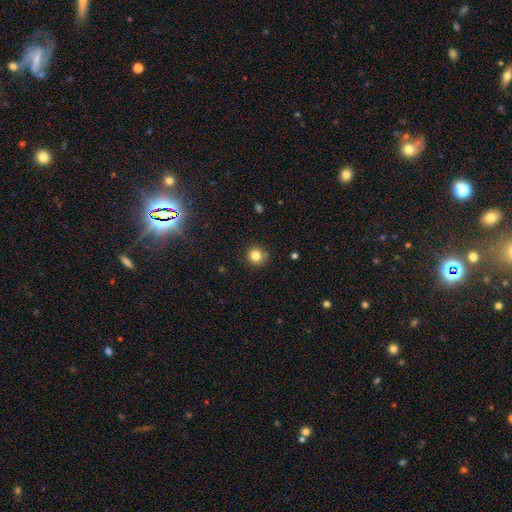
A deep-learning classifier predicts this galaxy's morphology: smooth-or-featured: smooth: 83% | star or artifact: 12% | featured or disk: 5%
  how-rounded: round: 91% | in between: 9% | cigar-shaped: 1%
  merging: none: 86% | minor disturbance: 10% | major disturbance: 2% | merger: 1%